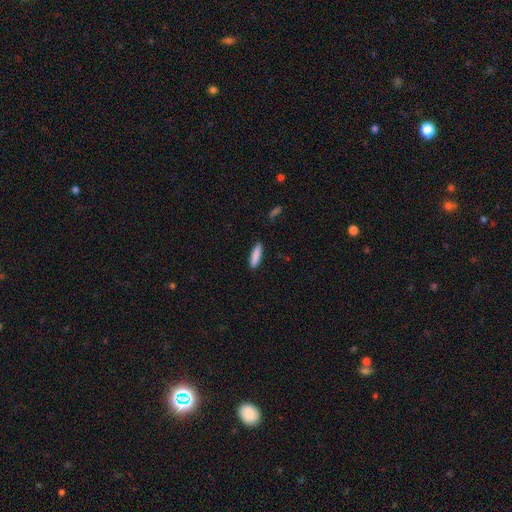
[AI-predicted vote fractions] This appears to be a smooth galaxy with no disk features (87%) that is cigar-shaped (75%). Merging: none (89%).